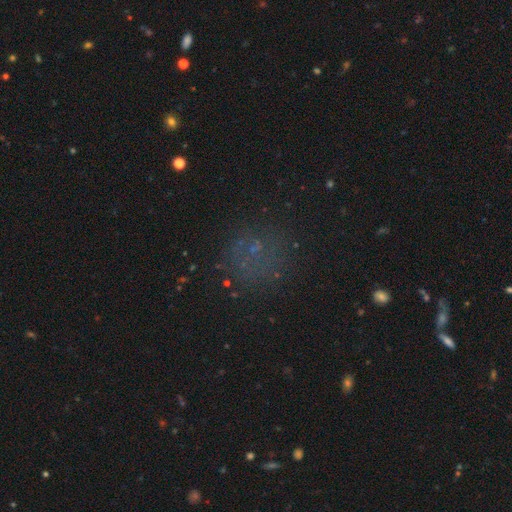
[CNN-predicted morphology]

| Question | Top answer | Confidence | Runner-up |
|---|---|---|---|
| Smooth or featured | smooth | 48% | star or artifact (39%) |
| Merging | none | 76% | minor disturbance (13%) |